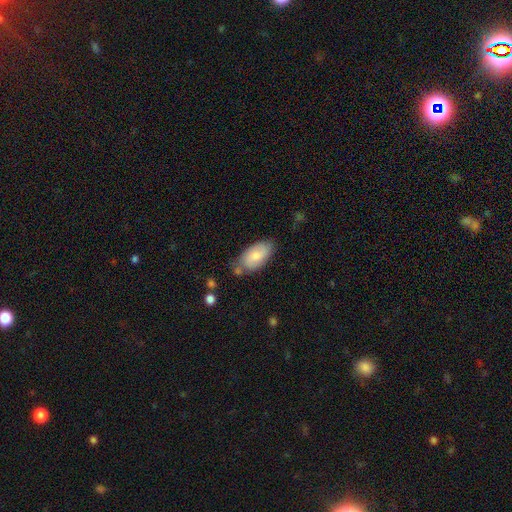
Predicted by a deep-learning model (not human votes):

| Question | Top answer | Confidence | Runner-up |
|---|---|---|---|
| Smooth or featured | smooth | 75% | featured or disk (19%) |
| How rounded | in between | 94% | round (3%) |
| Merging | none | 62% | minor disturbance (25%) |